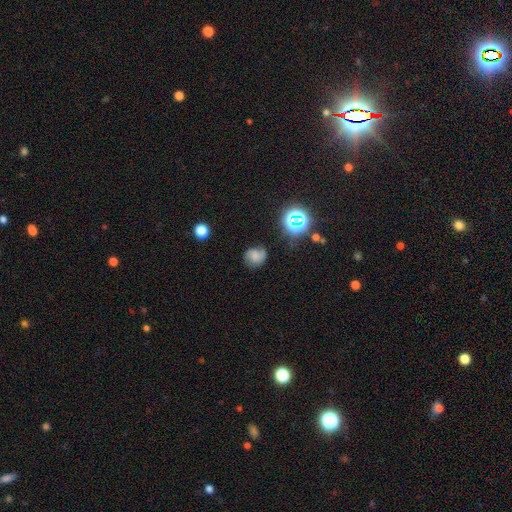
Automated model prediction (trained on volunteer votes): A smooth galaxy with no disk features (50%) that is round (76%). Merging: none (66%).